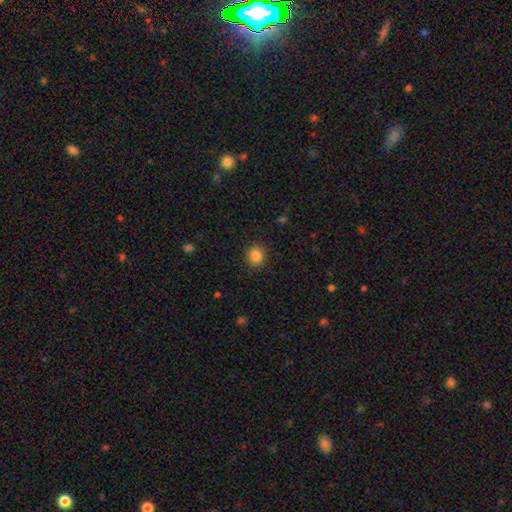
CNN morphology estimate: smooth_or_featured: smooth (p=0.86) [alt: star or artifact p=0.11]
how_rounded: round (p=0.77) [alt: in between p=0.22]
merging: none (p=0.89) [alt: minor disturbance p=0.07]